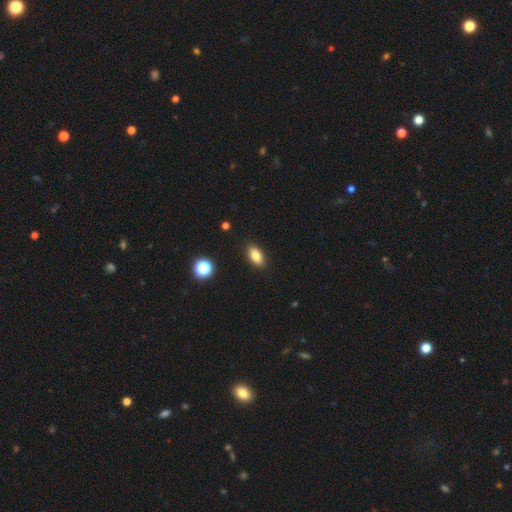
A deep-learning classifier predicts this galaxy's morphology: A smooth galaxy with no disk features (83%) that is in between round and cigar-shaped (88%).

Vote fractions:
- Smooth or featured? smooth: 83% / star or artifact: 9% / featured or disk: 8%
- How rounded? in between: 88% / cigar-shaped: 7% / round: 5%
- Merging? none: 89% / minor disturbance: 8% / major disturbance: 2% / merger: 1%